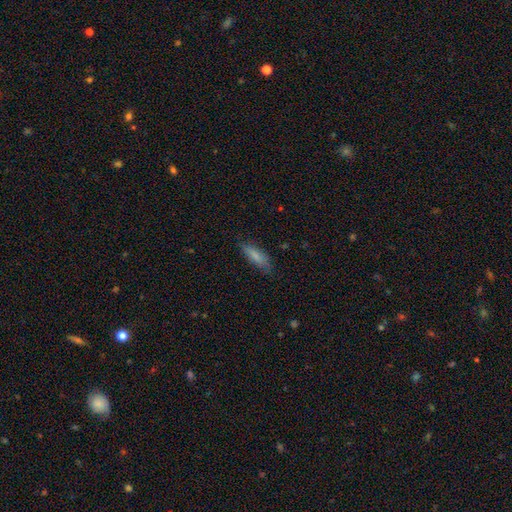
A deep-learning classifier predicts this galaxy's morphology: The model was most divided on "how rounded": in between: 50%, cigar-shaped: 48%, round: 2%. More confident: smooth or featured — smooth (77%); merging — none (75%).